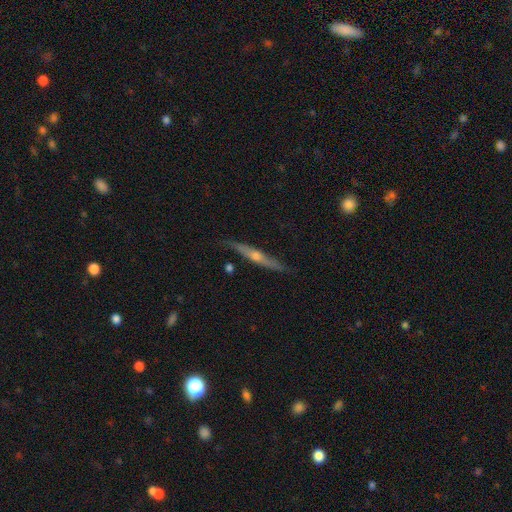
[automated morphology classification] A featured or disk galaxy (72%) viewed edge-on (96%) with a rounded central bulge (83%).

Vote fractions:
- Smooth or featured? featured or disk: 72% / smooth: 23% / star or artifact: 6%
- Edge-on disk? yes: 96% / no: 4%
- Edge-on bulge? rounded: 83% / none: 13% / boxy: 4%
- Merging? none: 85% / minor disturbance: 12% / major disturbance: 2% / merger: 2%